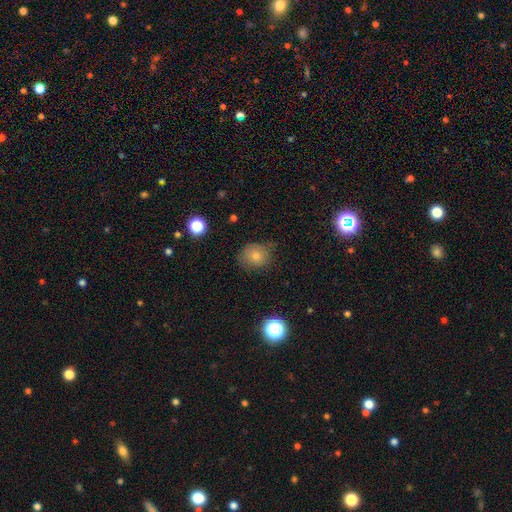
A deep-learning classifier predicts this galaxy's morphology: This is likely a smooth galaxy (78%). How rounded: likely round (72%). Merging: likely none (68%).